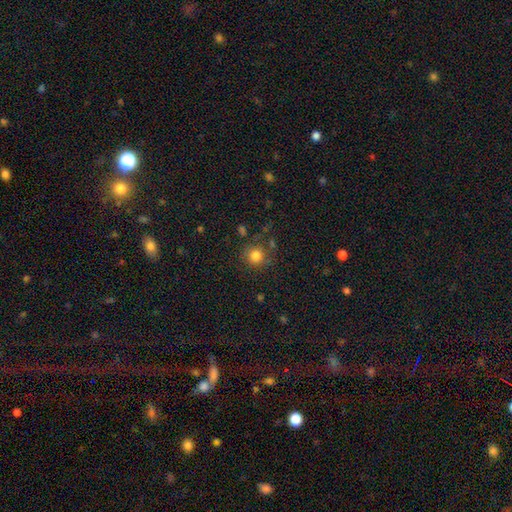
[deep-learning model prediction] A smooth galaxy with no disk features (81%) that is round (91%).

Vote fractions:
- Smooth or featured? smooth: 81% / star or artifact: 12% / featured or disk: 7%
- How rounded? round: 91% / in between: 8% / cigar-shaped: 1%
- Merging? none: 75% / minor disturbance: 13% / major disturbance: 6% / merger: 5%